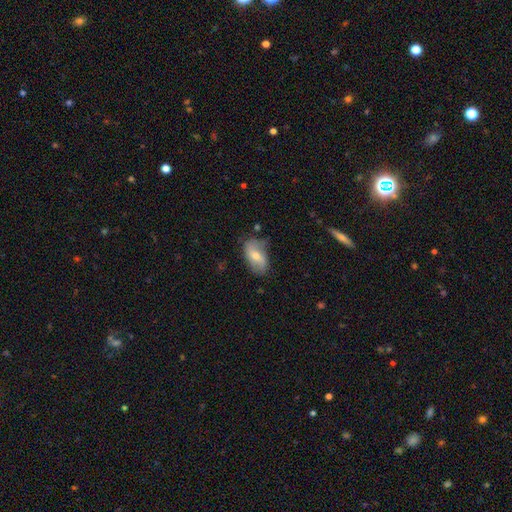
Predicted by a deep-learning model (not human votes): This appears to be a smooth galaxy with no disk features (55%) that is in between round and cigar-shaped (91%). Merging: none (58%).